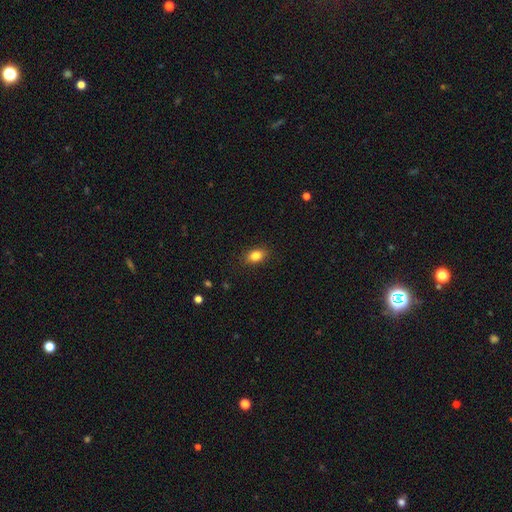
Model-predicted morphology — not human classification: This is clearly a smooth galaxy (84%). How rounded: clearly in between (83%). Merging: clearly none (88%).